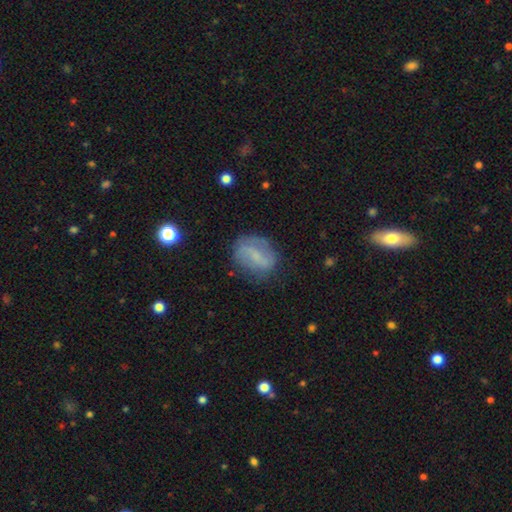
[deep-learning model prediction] Q: Smooth or featured?
A: featured or disk (53%); runner-up: smooth (39%)
Q: Edge-on disk?
A: no (96%); runner-up: yes (4%)
Q: Bar?
A: weak (45%); runner-up: strong (30%)
Q: Spiral arms?
A: yes (74%); runner-up: no (26%)
Q: Bulge size?
A: small (50%); runner-up: none (32%)
Q: Merging?
A: none (69%); runner-up: minor disturbance (20%)